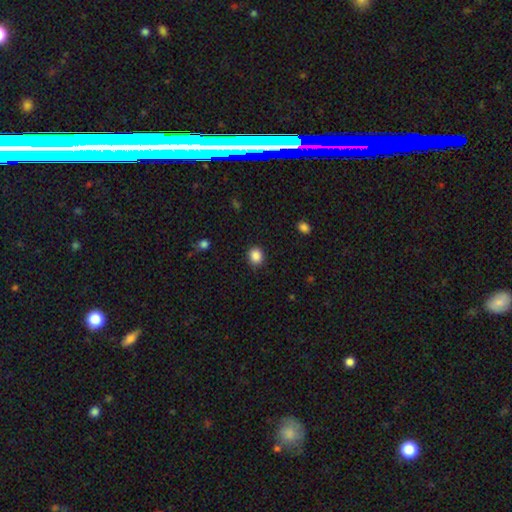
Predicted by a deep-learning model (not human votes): Smooth or featured?
  - smooth: 87% *
  - star or artifact: 10%
  - featured or disk: 3%
How rounded?
  - round: 79% *
  - in between: 20%
  - cigar-shaped: 1%
Merging?
  - none: 88% *
  - minor disturbance: 9%
  - major disturbance: 2%
  - merger: 1%